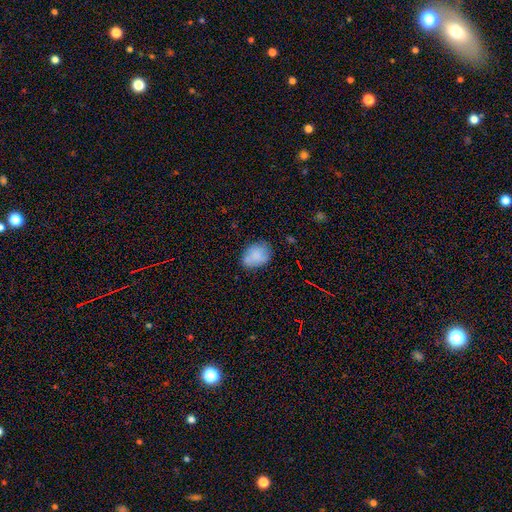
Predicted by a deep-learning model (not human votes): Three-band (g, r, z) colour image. It shows a smooth galaxy with no disk features (75%) that is in between round and cigar-shaped (67%). Merging: none (66%).